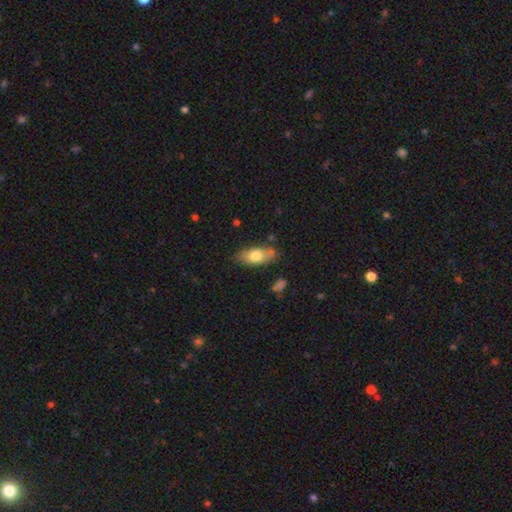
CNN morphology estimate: smooth 72%, featured or disk 22%, star or artifact 6%. Down the decision tree: how rounded — in between (82%); merging — none (75%).